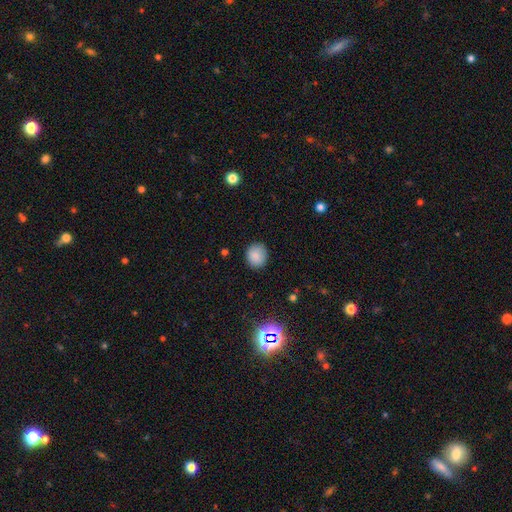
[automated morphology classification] type=smooth (86%); roundness=round (78%); merging=none (86%).